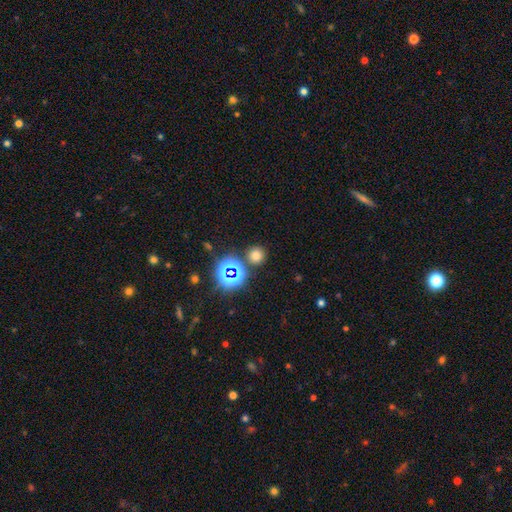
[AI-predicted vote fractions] Smooth or featured?
  - smooth: 69% *
  - star or artifact: 26%
  - featured or disk: 6%
How rounded?
  - round: 93% *
  - in between: 6%
  - cigar-shaped: 1%
Merging?
  - none: 84% *
  - minor disturbance: 7%
  - merger: 6%
  - major disturbance: 3%